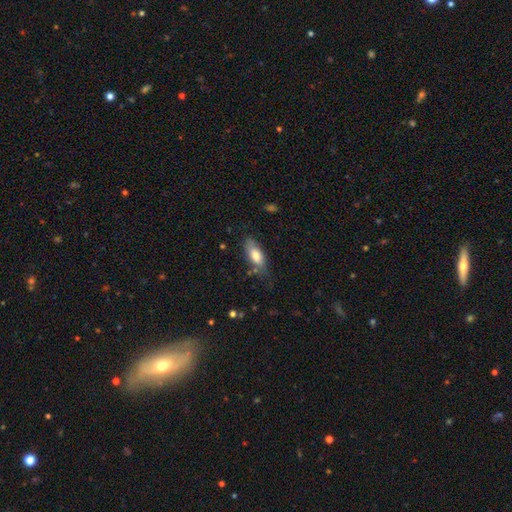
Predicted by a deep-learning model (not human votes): A smooth galaxy with no disk features (75%) that is in between round and cigar-shaped (81%). Merging: none (68%).